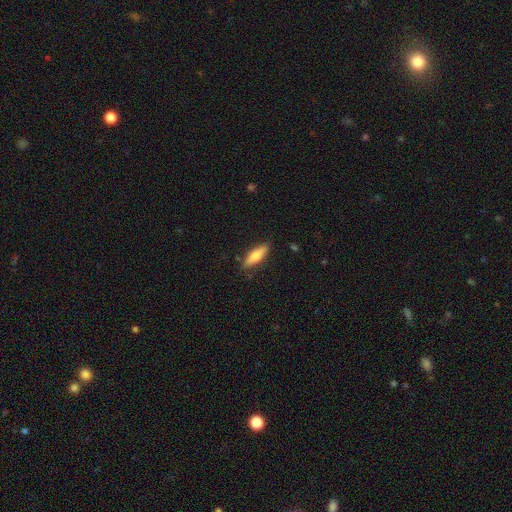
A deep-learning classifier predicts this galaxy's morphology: type=smooth (74%); roundness=cigar-shaped (52%); merging=none (84%).